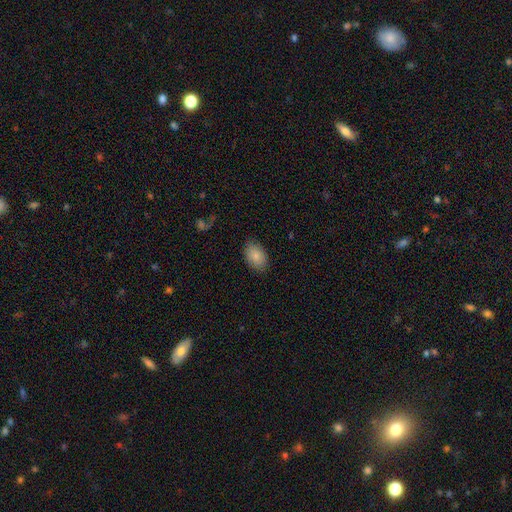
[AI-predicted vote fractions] This is clearly a smooth galaxy (84%). How rounded: clearly in between (87%). Merging: clearly none (84%).